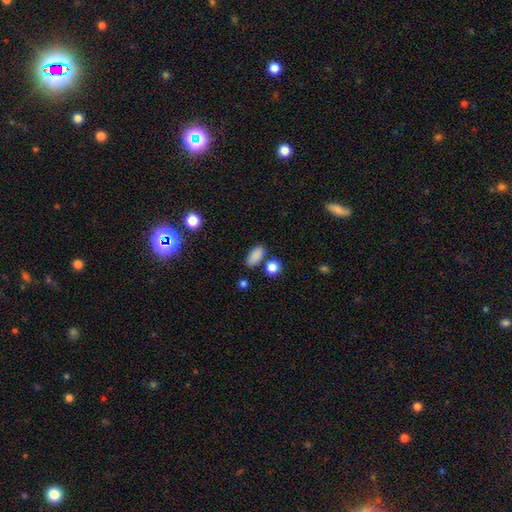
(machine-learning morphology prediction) Q: Smooth or featured?
A: smooth (85%); runner-up: star or artifact (10%)
Q: How rounded?
A: in between (85%); runner-up: round (8%)
Q: Merging?
A: none (75%); runner-up: minor disturbance (13%)